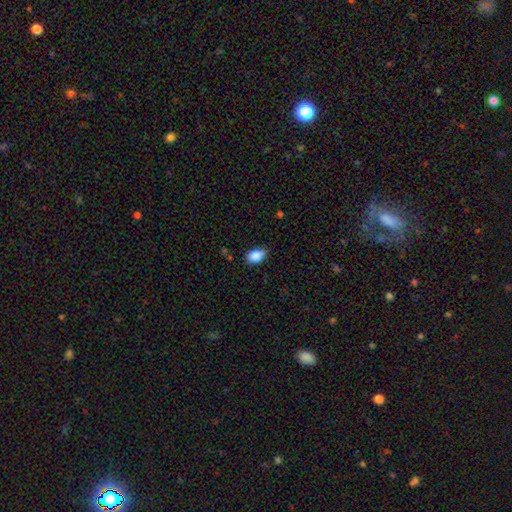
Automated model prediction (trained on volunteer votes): Q: Smooth or featured?
A: smooth (88%); runner-up: star or artifact (8%)
Q: How rounded?
A: in between (89%); runner-up: round (10%)
Q: Merging?
A: none (78%); runner-up: minor disturbance (18%)